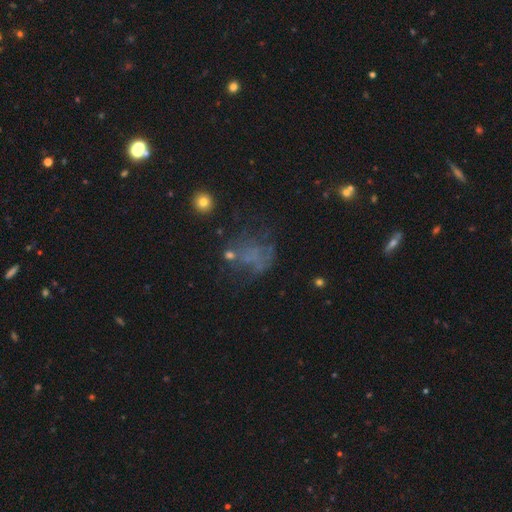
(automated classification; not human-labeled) smooth-or-featured: featured or disk: 40% | smooth: 36% | star or artifact: 25%
  merging: none: 41% | major disturbance: 33% | minor disturbance: 19% | merger: 7%